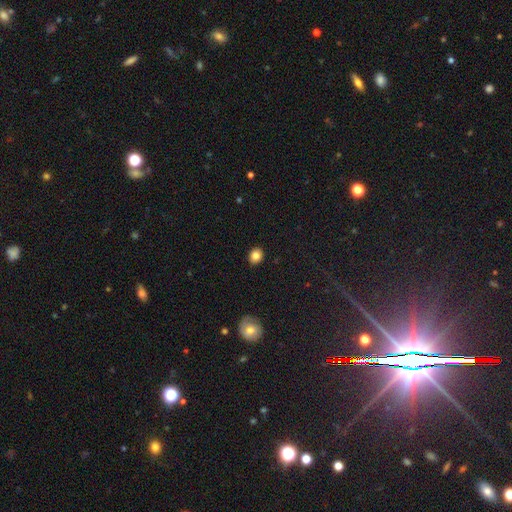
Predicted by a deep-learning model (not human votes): Overall: smooth (84%). How rounded: round (65%; in between 34%). Merging: none (90%).